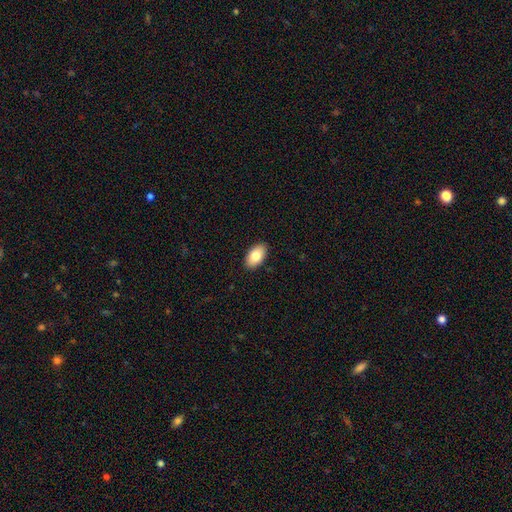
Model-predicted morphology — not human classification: This is clearly a smooth galaxy (83%). How rounded: clearly in between (95%). Merging: clearly none (90%).